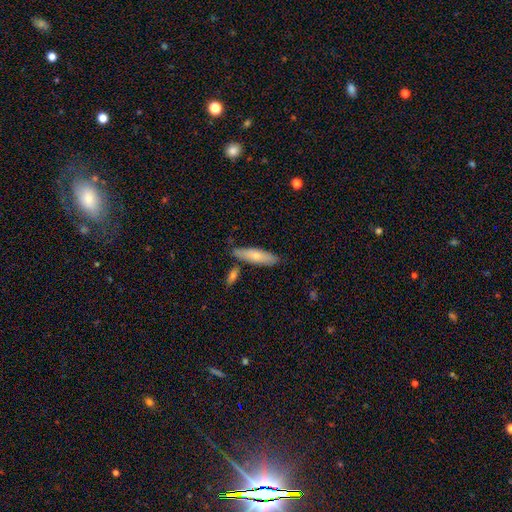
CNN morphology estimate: Overall: smooth (68%). How rounded: cigar-shaped (59%; in between 39%). Merging: none (75%).